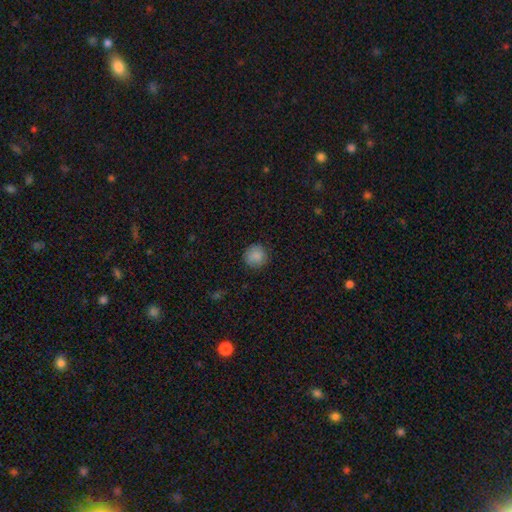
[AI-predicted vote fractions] Smooth or featured: smooth — 87% (star or artifact — 9%)
How rounded: round — 94% (in between — 5%)
Merging: none — 89% (minor disturbance — 8%)